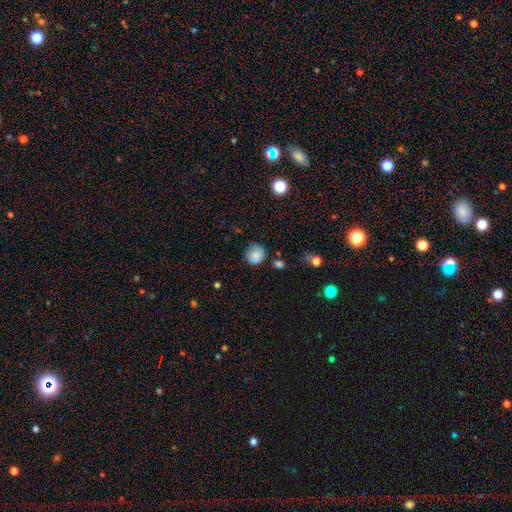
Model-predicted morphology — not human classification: A smooth galaxy with no disk features (81%) that is round (82%).

Vote fractions:
- Smooth or featured? smooth: 81% / featured or disk: 10% / star or artifact: 9%
- How rounded? round: 82% / in between: 17% / cigar-shaped: 1%
- Merging? none: 62% / minor disturbance: 28% / major disturbance: 7% / merger: 3%